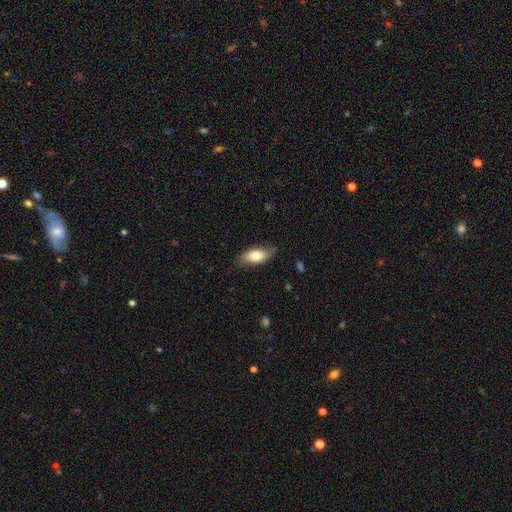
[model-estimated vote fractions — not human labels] The model was most divided on "merging": none: 77%, minor disturbance: 19%, major disturbance: 4%, merger: 1%. More confident: how rounded — in between (86%); smooth or featured — smooth (77%).